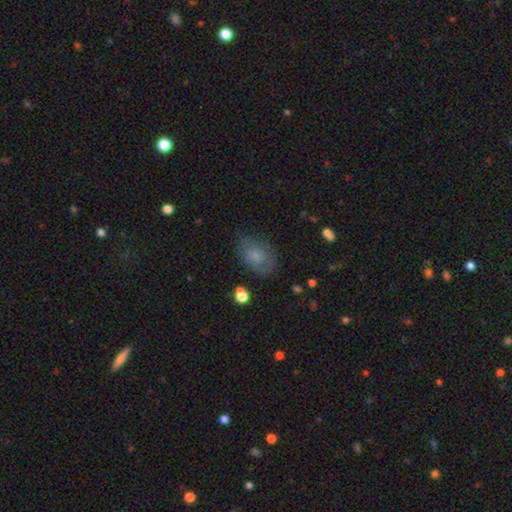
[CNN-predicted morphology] This appears to be a smooth galaxy with no disk features (71%) that is in between round and cigar-shaped (84%). Merging: none (70%).